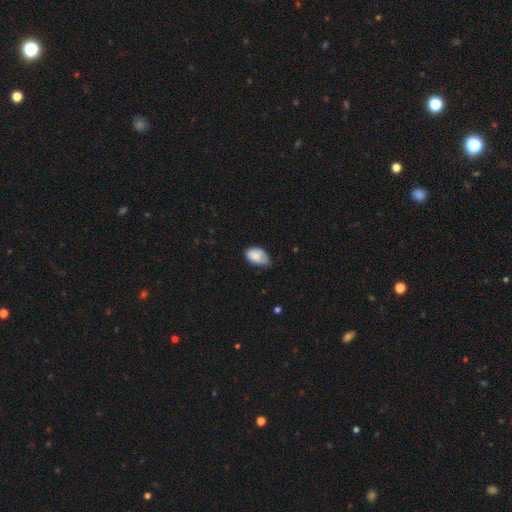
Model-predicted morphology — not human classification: Smooth or featured? Predicted: smooth (p=0.83). How rounded? Predicted: in between (p=0.90). Merging? Predicted: none (p=0.48).